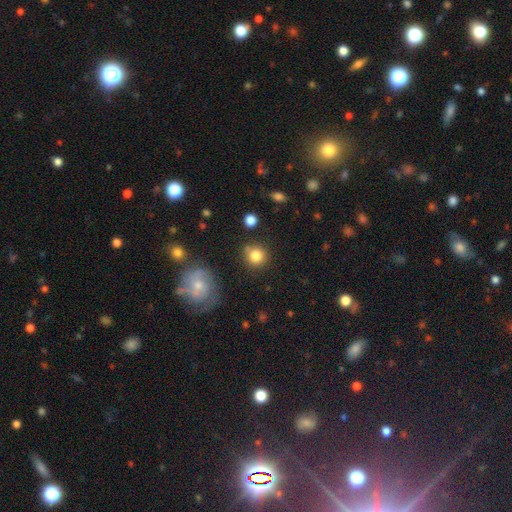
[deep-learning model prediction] A smooth galaxy with no disk features (83%) that is round (88%).

Vote fractions:
- Smooth or featured? smooth: 83% / star or artifact: 10% / featured or disk: 8%
- How rounded? round: 88% / in between: 11% / cigar-shaped: 1%
- Merging? none: 77% / minor disturbance: 13% / merger: 6% / major disturbance: 4%